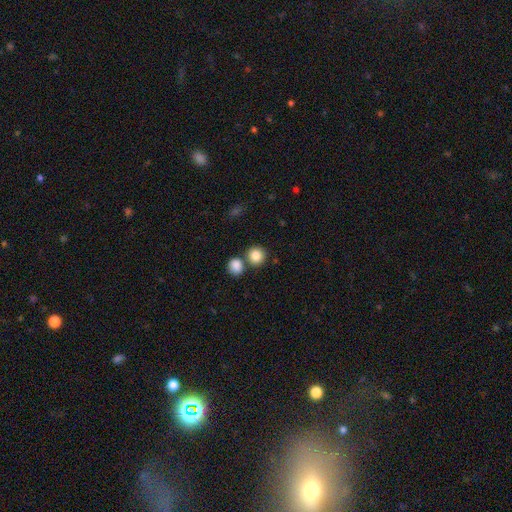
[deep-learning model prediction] A smooth galaxy with no disk features (85%) that is round (88%). Merging: none (67%).